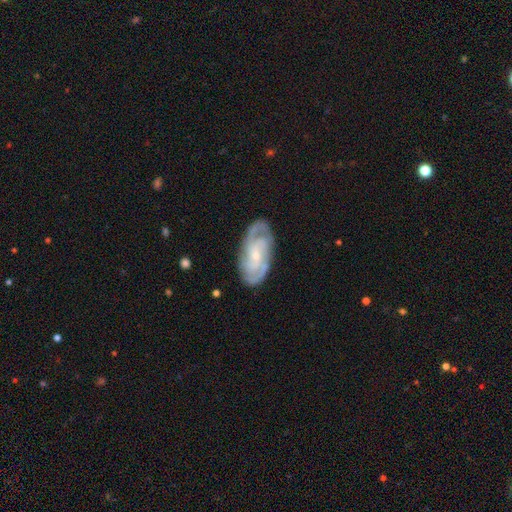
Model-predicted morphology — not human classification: The model was most divided on "spiral arm count": 3: 29%, 2: 28%, can't tell: 22%, 4: 12%, more than 4: 5%, 1: 5%. More confident: spiral arms — yes (96%); edge-on disk — no (95%); smooth or featured — featured or disk (84%); merging — none (80%); bulge size — small (68%); bar — no (58%); spiral winding — tight (57%).